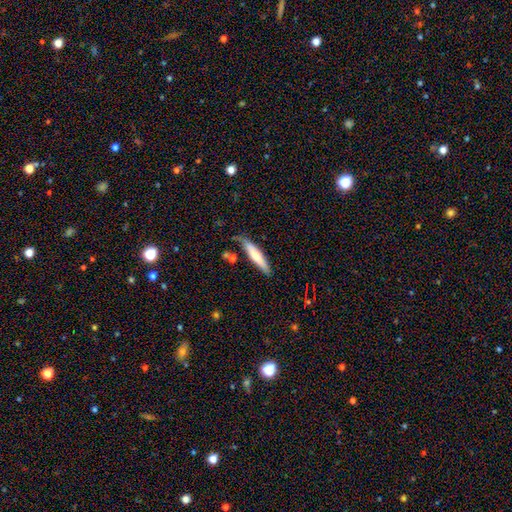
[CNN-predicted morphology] This appears to be a smooth galaxy with no disk features (61%) that is cigar-shaped (83%). Merging: none (77%).